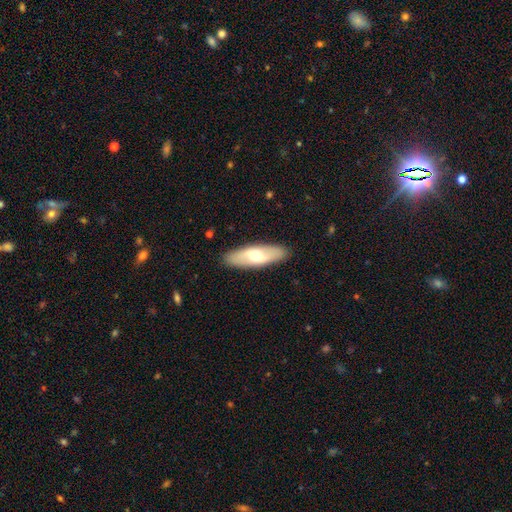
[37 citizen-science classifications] Smooth or featured? featured or disk (57%)
Edge-on disk? no (62%)
Bar? weak (54%)
Spiral arms? no (54%)
Bulge size? moderate (38%)
Merging? none (89%)